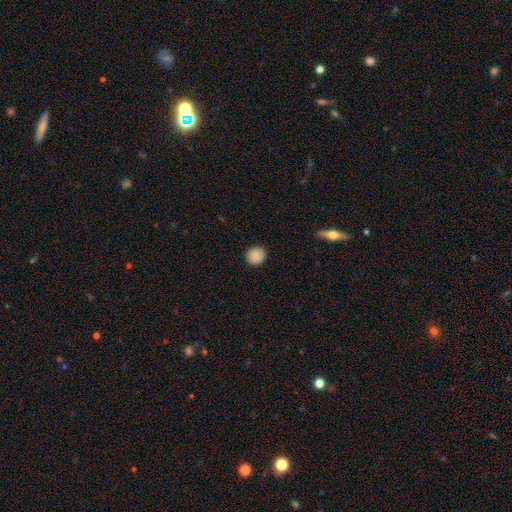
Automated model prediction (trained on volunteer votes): smooth 88%, star or artifact 8%, featured or disk 4%. Down the decision tree: how rounded — round (94%); merging — none (92%).